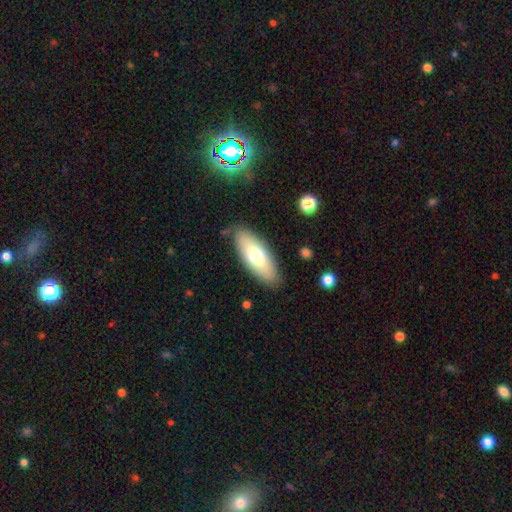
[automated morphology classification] A smooth galaxy with no disk features (70%) that is in between round and cigar-shaped (75%). Merging: none (84%).